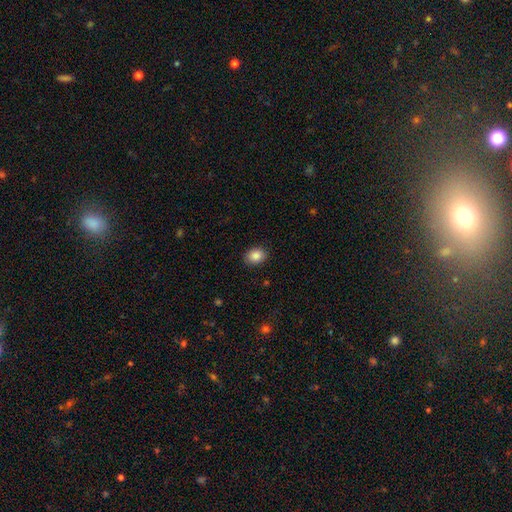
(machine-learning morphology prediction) Q: Smooth or featured?
A: smooth (87%); runner-up: star or artifact (8%)
Q: How rounded?
A: in between (63%); runner-up: round (36%)
Q: Merging?
A: none (89%); runner-up: minor disturbance (8%)